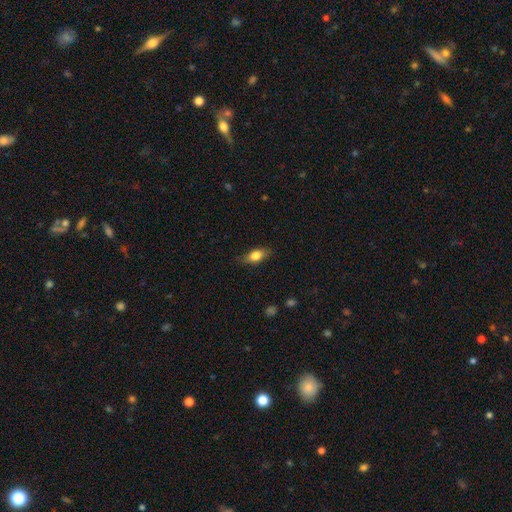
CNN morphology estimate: Smooth or featured?
  - smooth: 75% *
  - featured or disk: 17%
  - star or artifact: 7%
How rounded?
  - in between: 79% *
  - cigar-shaped: 15%
  - round: 7%
Merging?
  - none: 77% *
  - minor disturbance: 18%
  - major disturbance: 4%
  - merger: 1%